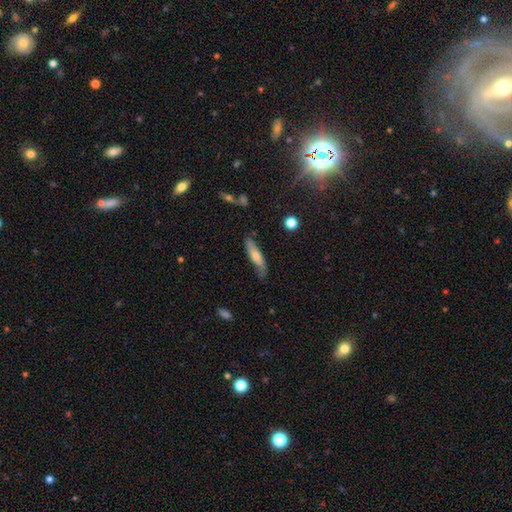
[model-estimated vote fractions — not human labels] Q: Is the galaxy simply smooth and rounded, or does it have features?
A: smooth — 66%.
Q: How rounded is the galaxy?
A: cigar-shaped — 71%.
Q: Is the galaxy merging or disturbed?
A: none — 65%.